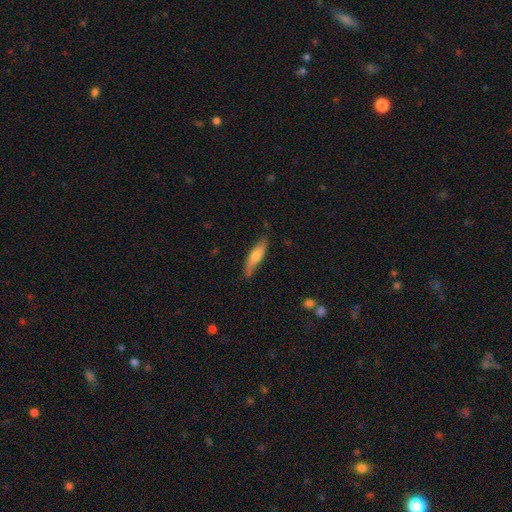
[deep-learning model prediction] Smooth or featured? smooth (63%)
How rounded? cigar-shaped (73%)
Merging? none (76%)